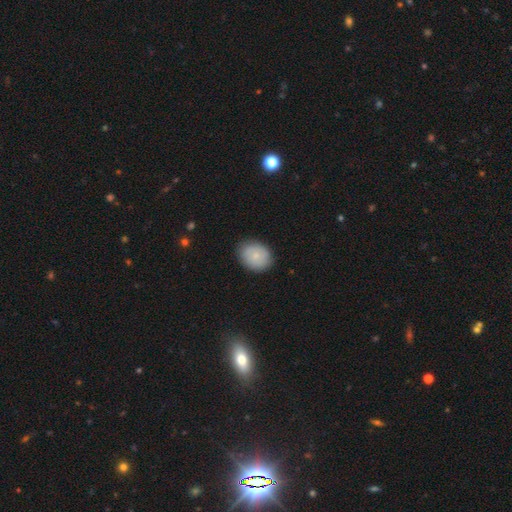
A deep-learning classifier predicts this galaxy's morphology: Smooth or featured?
  - smooth: 79% *
  - featured or disk: 14%
  - star or artifact: 7%
How rounded?
  - in between: 53% *
  - round: 46%
  - cigar-shaped: 1%
Merging?
  - none: 84% *
  - minor disturbance: 12%
  - major disturbance: 3%
  - merger: 1%